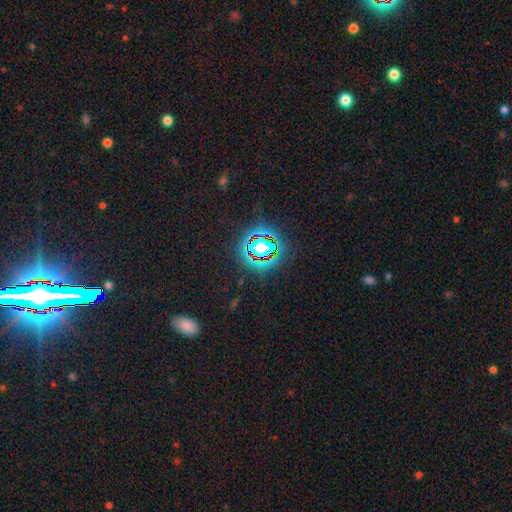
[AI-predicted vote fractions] A star or artifact, not a galaxy (78%).

Vote fractions:
- Smooth or featured? star or artifact: 78% / smooth: 13% / featured or disk: 9%